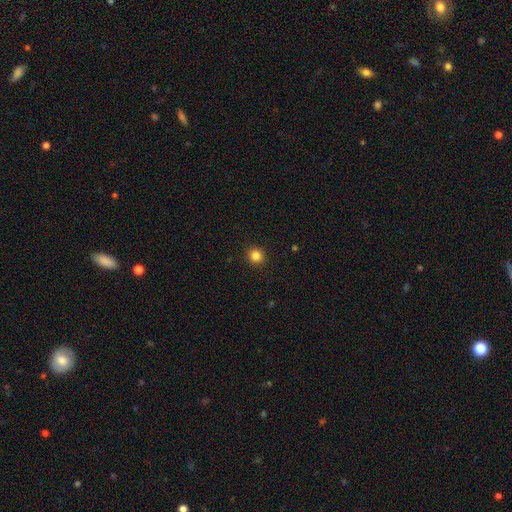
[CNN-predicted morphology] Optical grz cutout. It shows a smooth galaxy with no disk features (84%) that is round (92%). Merging: none (93%).